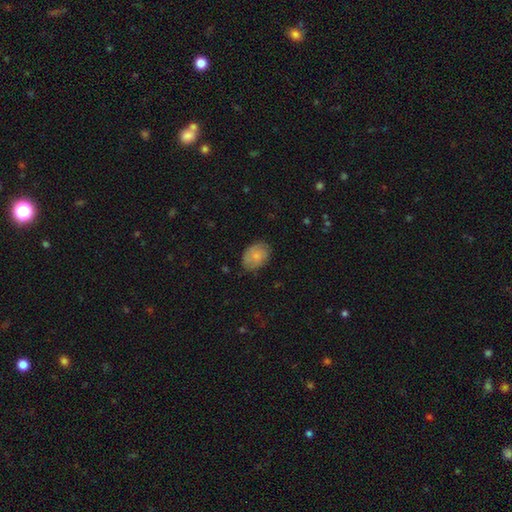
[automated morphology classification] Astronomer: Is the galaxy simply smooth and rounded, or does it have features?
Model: smooth — 74%.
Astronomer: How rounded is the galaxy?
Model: in between — 76%.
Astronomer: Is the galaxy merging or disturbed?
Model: none — 78%.